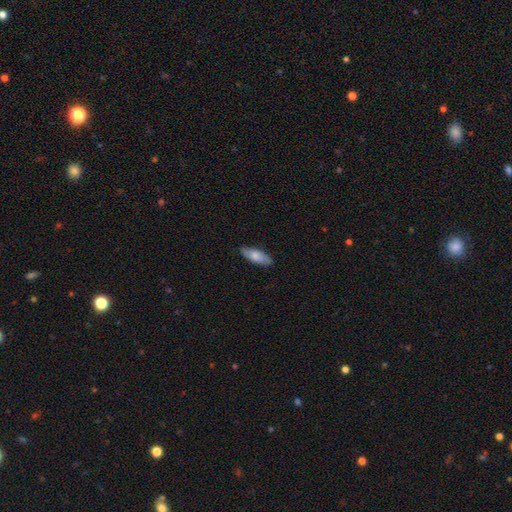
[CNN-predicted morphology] smooth_or_featured: smooth (p=0.75) [alt: featured or disk p=0.19]
how_rounded: in between (p=0.71) [alt: cigar-shaped p=0.27]
merging: none (p=0.85) [alt: minor disturbance p=0.13]